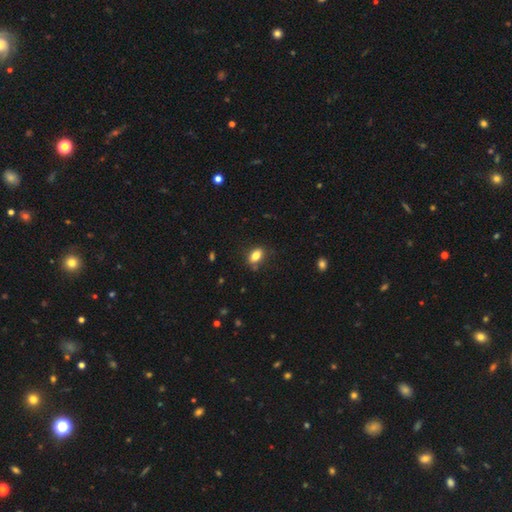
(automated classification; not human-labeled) The model was most divided on "merging": none: 81%, minor disturbance: 13%, merger: 3%, major disturbance: 3%. More confident: how rounded — in between (83%); smooth or featured — smooth (83%).